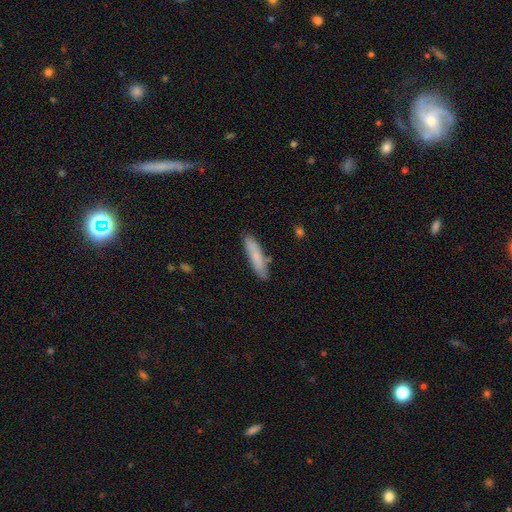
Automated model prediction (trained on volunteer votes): smooth 79%, featured or disk 15%, star or artifact 6%. Down the decision tree: how rounded — cigar-shaped (81%); merging — none (82%).